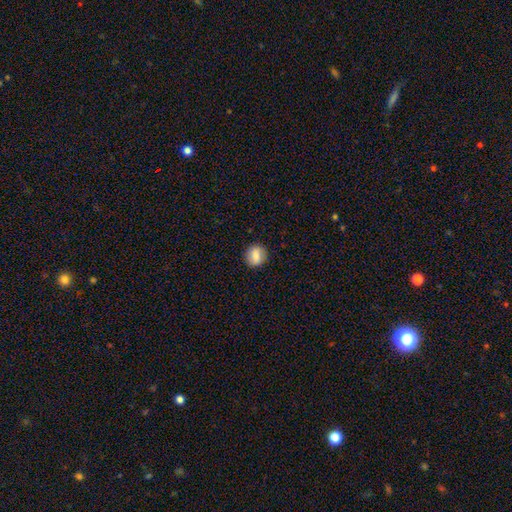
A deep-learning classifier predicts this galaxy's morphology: type=smooth (82%); roundness=round (81%); merging=none (89%).